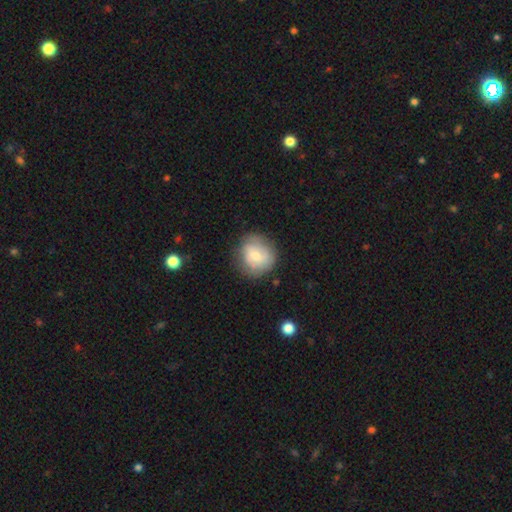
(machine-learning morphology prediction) A smooth galaxy with no disk features (58%) that is round (85%). Merging: none (73%).